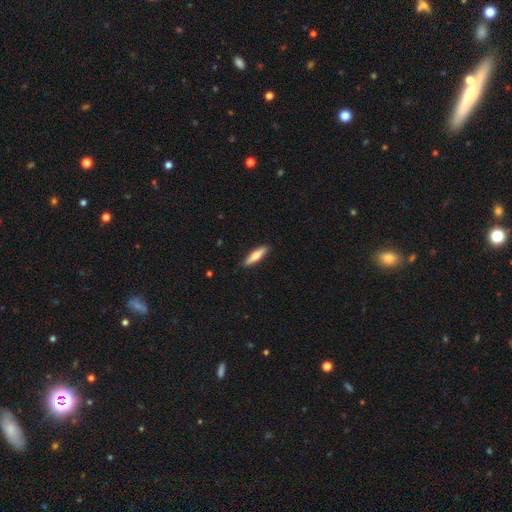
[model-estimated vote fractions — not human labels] Morphology: type=smooth (66%); roundness=cigar-shaped (72%); merging=none (89%).